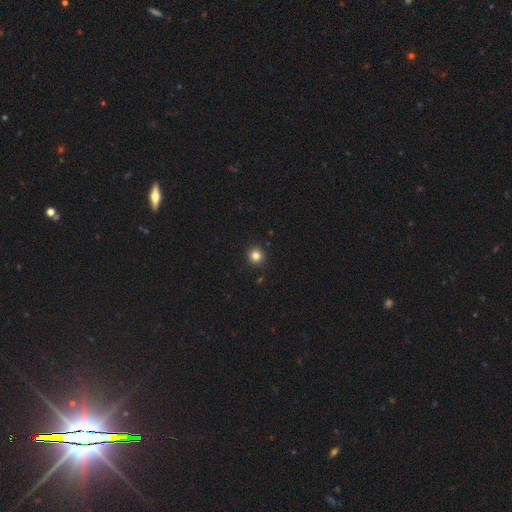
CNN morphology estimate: Smooth or featured? smooth (82%)
How rounded? round (95%)
Merging? none (92%)